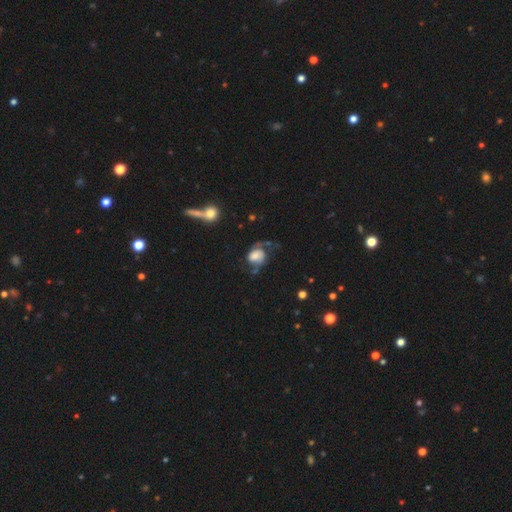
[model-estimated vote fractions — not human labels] This is likely a featured or disk galaxy (71%). It is clearly not viewed edge-on (98%). Bar: likely no (64%). Spiral arm pattern: clearly yes (91%). Spiral arm count: likely 2 (79%). Spiral winding: possibly loose (46%). Central bulge: marginally large (34%). Merging: possibly none (47%).